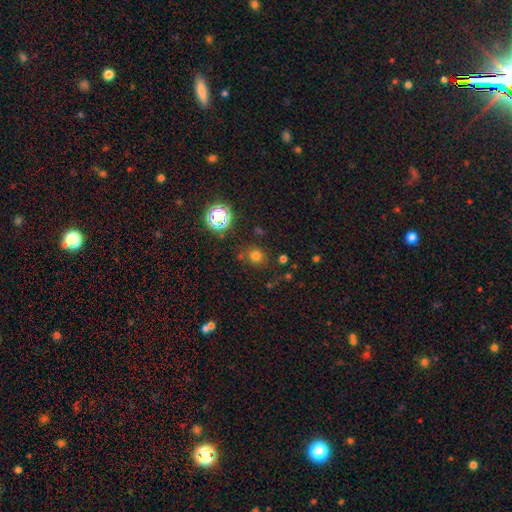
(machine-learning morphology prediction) smooth-or-featured: smooth: 70% | star or artifact: 23% | featured or disk: 7%
  how-rounded: round: 83% | in between: 16% | cigar-shaped: 1%
  merging: none: 79% | minor disturbance: 11% | merger: 5% | major disturbance: 5%